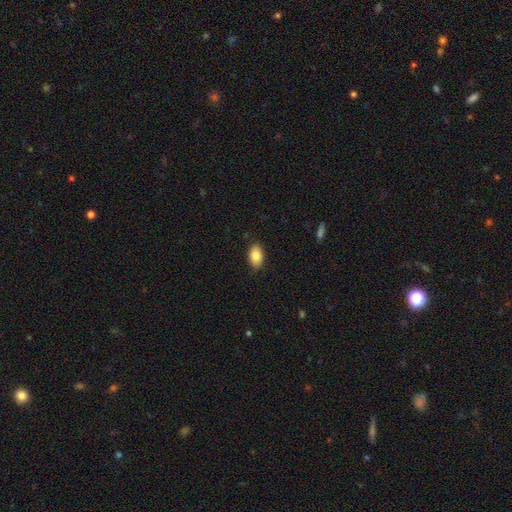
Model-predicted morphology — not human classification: This appears to be a smooth galaxy with no disk features (86%) that is in between round and cigar-shaped (91%). Merging: none (88%).